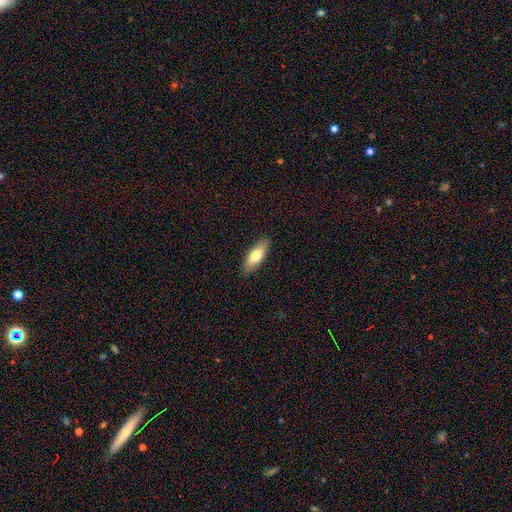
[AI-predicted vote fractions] smooth_or_featured: smooth (p=0.72) [alt: featured or disk p=0.22]
how_rounded: in between (p=0.66) [alt: cigar-shaped p=0.32]
merging: none (p=0.88) [alt: minor disturbance p=0.09]